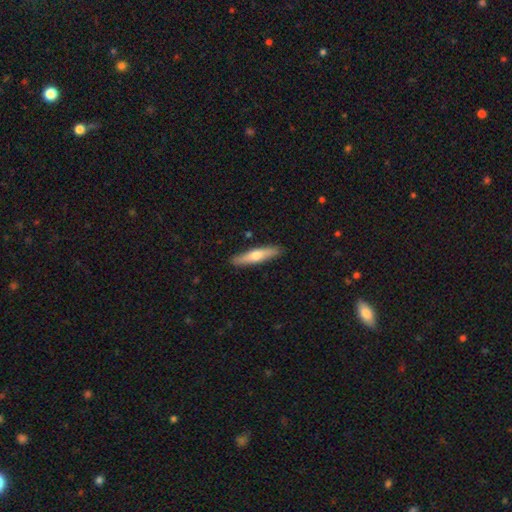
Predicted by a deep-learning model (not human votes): Smooth or featured?
  - smooth: 54% *
  - featured or disk: 41%
  - star or artifact: 5%
How rounded?
  - cigar-shaped: 84% *
  - in between: 15%
  - round: 2%
Merging?
  - none: 90% *
  - minor disturbance: 7%
  - major disturbance: 2%
  - merger: 1%